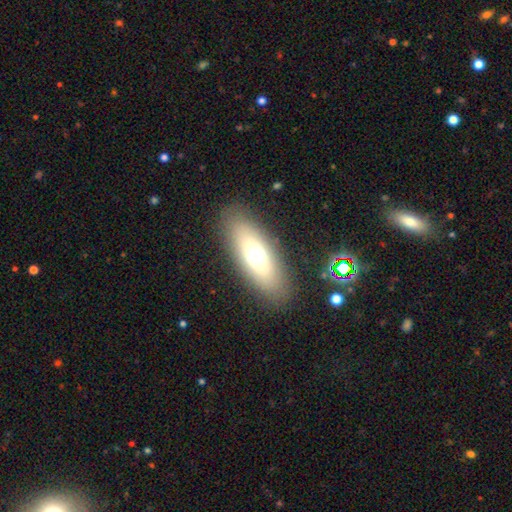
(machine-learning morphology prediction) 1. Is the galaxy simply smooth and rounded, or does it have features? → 60% smooth, 31% featured or disk, 9% star or artifact.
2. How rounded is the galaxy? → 71% in between, 25% cigar-shaped, 4% round.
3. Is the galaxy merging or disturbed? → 86% none, 9% minor disturbance, 4% major disturbance, 1% merger.